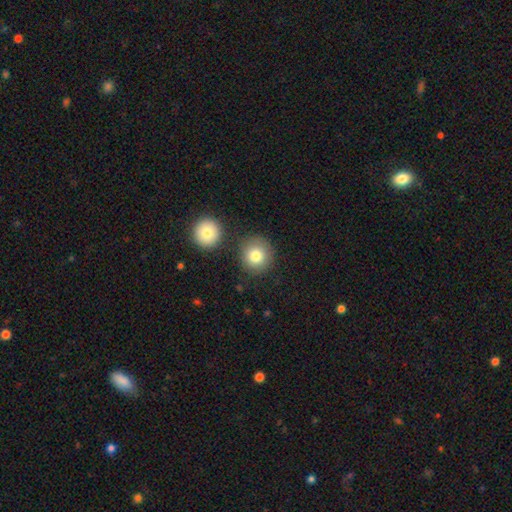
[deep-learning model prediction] Smooth or featured?
  - smooth: 81% *
  - star or artifact: 10%
  - featured or disk: 9%
How rounded?
  - round: 92% *
  - in between: 8%
  - cigar-shaped: 1%
Merging?
  - none: 79% *
  - minor disturbance: 9%
  - merger: 8%
  - major disturbance: 3%